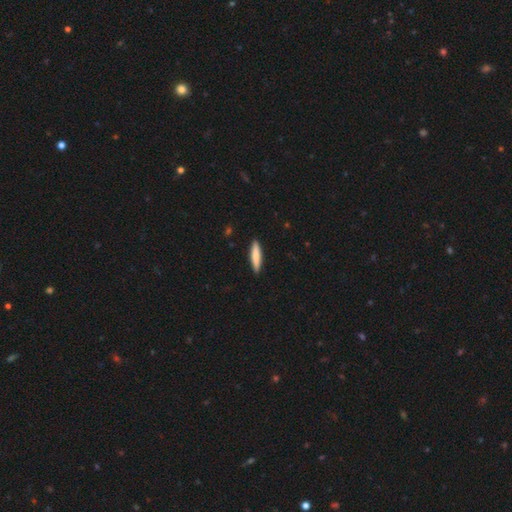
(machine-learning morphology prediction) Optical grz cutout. It shows a smooth galaxy with no disk features (80%) that is cigar-shaped (85%). Merging: none (90%).